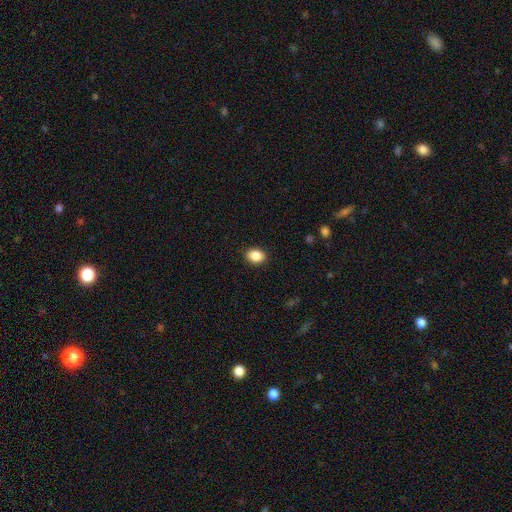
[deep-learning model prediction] A smooth galaxy with no disk features (88%) that is in between round and cigar-shaped (64%). Merging: none (90%).